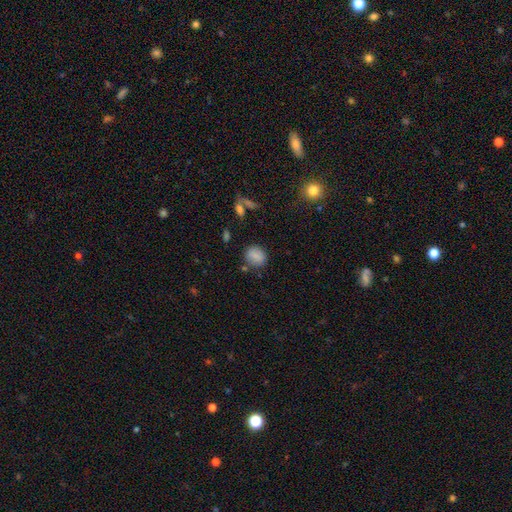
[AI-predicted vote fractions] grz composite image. It shows a smooth galaxy with no disk features (83%) that is round (68%). Merging: none (79%).